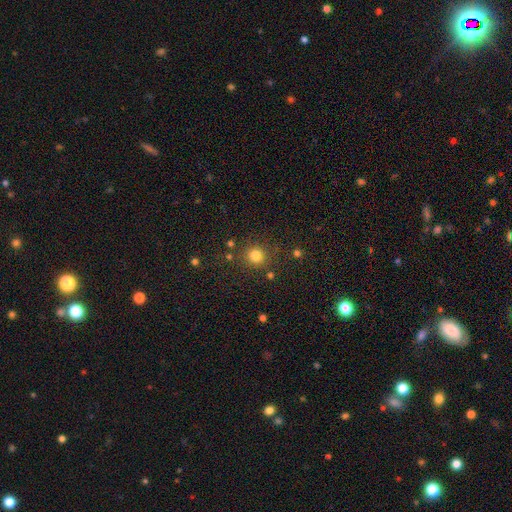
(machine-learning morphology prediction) The model was most divided on "smooth or featured": smooth: 81%, star or artifact: 15%, featured or disk: 5%. More confident: how rounded — round (92%); merging — none (84%).